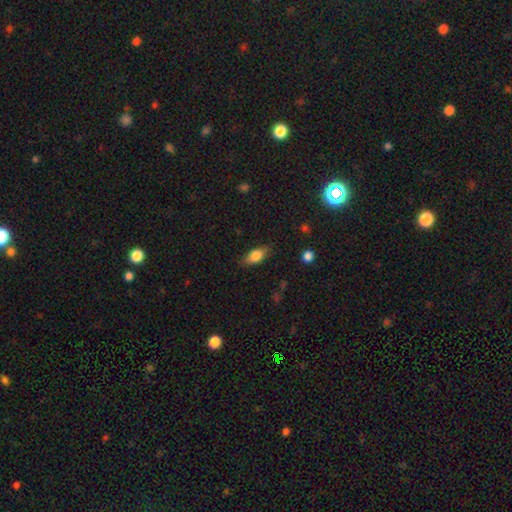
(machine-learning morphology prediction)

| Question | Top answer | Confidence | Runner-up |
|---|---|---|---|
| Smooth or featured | smooth | 76% | featured or disk (17%) |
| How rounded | in between | 82% | cigar-shaped (12%) |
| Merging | none | 80% | minor disturbance (15%) |